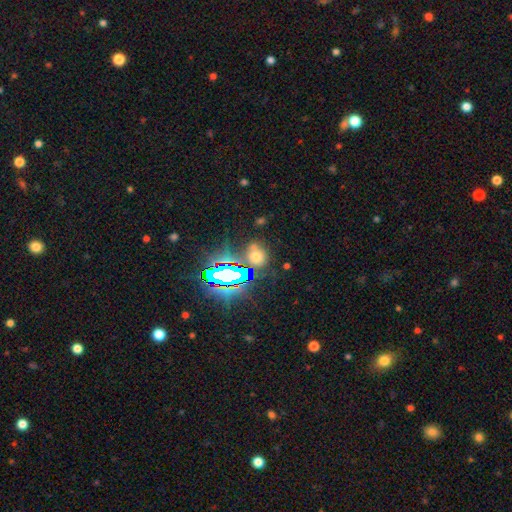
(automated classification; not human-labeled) This is marginally a smooth galaxy (45%). Merging: likely none (67%).